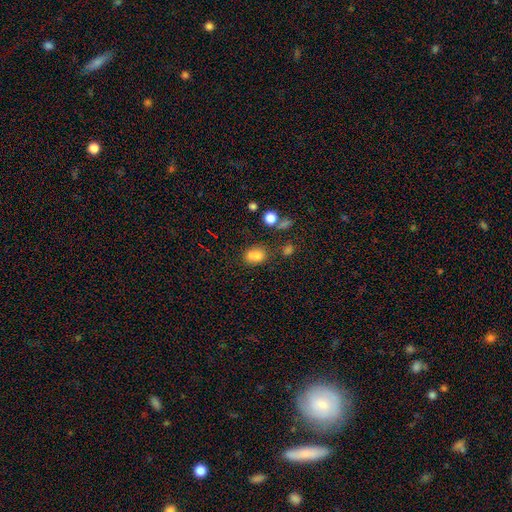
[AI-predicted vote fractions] Smooth or featured? Predicted: smooth (p=0.74). How rounded? Predicted: in between (p=0.60). Merging? Predicted: none (p=0.46).